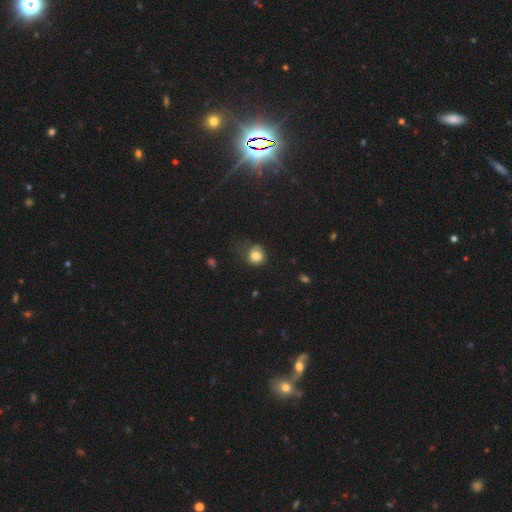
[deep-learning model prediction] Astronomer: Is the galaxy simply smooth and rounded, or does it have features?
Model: smooth — 81%.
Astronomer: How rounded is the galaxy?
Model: round — 80%.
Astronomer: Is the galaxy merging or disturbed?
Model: none — 51% (runner-up: minor disturbance, 30%).